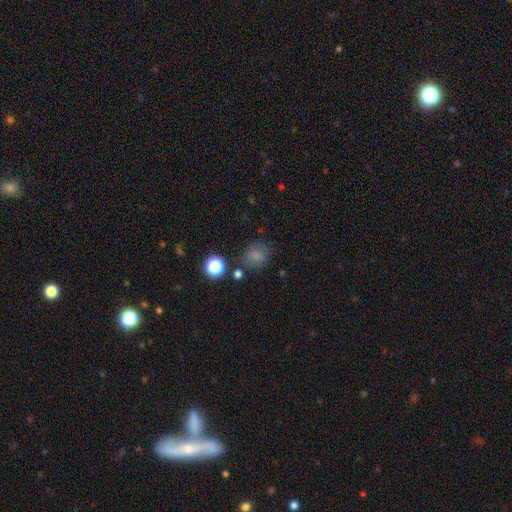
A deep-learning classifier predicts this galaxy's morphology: smooth_or_featured: smooth (p=0.77) [alt: star or artifact p=0.16]
how_rounded: round (p=0.68) [alt: in between p=0.31]
merging: none (p=0.72) [alt: minor disturbance p=0.16]